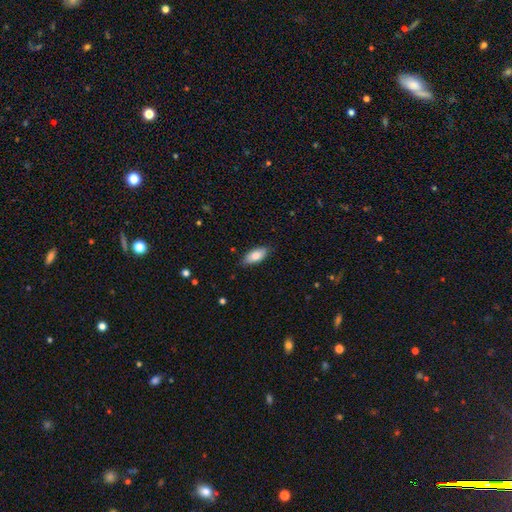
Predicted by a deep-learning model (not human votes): smooth-or-featured: smooth: 79% | featured or disk: 15% | star or artifact: 6%
  how-rounded: in between: 87% | cigar-shaped: 11% | round: 2%
  merging: none: 85% | minor disturbance: 12% | major disturbance: 2% | merger: 1%